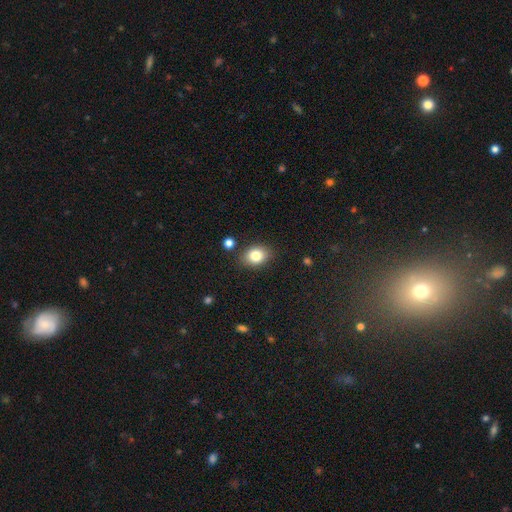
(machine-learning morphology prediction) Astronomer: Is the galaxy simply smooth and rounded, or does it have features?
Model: smooth — 82%.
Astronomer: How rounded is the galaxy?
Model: in between — 61% (runner-up: round, 38%).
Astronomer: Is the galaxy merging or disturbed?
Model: none — 83%.